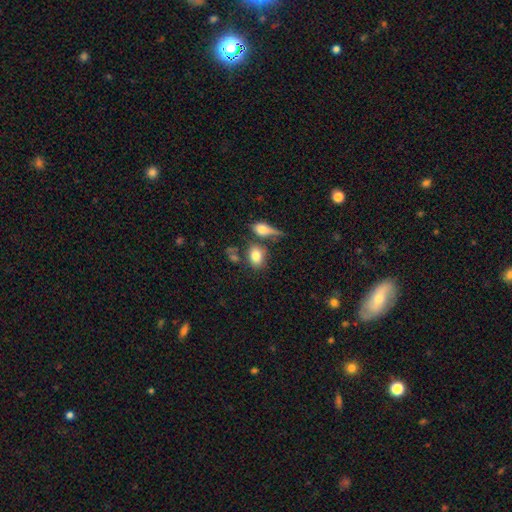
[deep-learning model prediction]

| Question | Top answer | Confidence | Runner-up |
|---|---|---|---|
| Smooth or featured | smooth | 79% | featured or disk (12%) |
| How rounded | in between | 70% | round (28%) |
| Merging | none | 56% | merger (23%) |